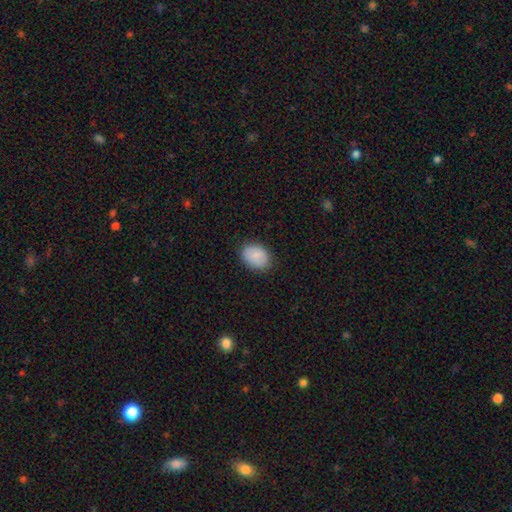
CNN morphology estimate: smooth-or-featured: smooth: 85% | featured or disk: 8% | star or artifact: 7%
  how-rounded: in between: 68% | round: 31% | cigar-shaped: 1%
  merging: none: 85% | minor disturbance: 12% | major disturbance: 3% | merger: 1%